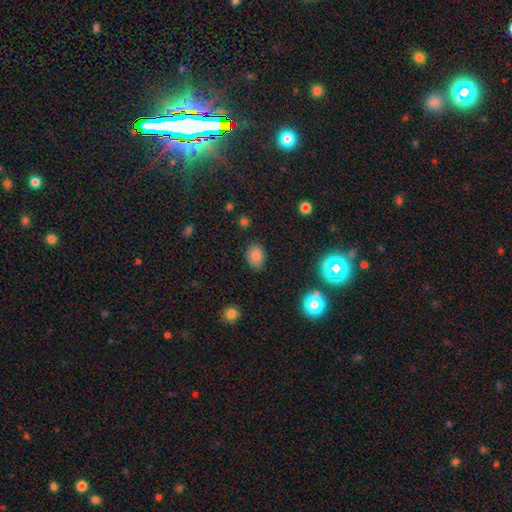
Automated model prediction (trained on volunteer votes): Smooth or featured?
  - smooth: 80% *
  - star or artifact: 13%
  - featured or disk: 7%
How rounded?
  - in between: 66% *
  - round: 33%
  - cigar-shaped: 1%
Merging?
  - none: 84% *
  - minor disturbance: 12%
  - major disturbance: 3%
  - merger: 2%